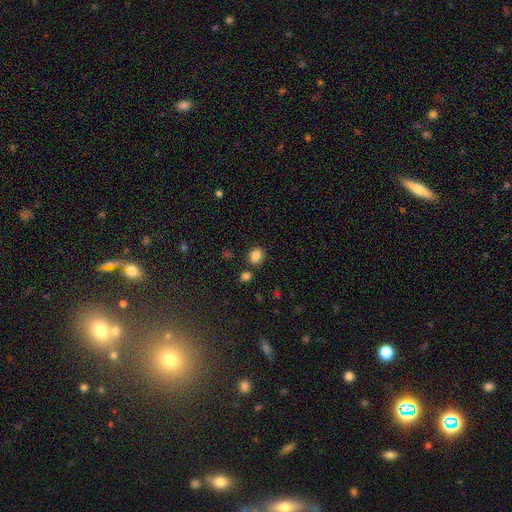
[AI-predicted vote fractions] Overall: smooth (85%). How rounded: round (70%). Merging: none (81%).